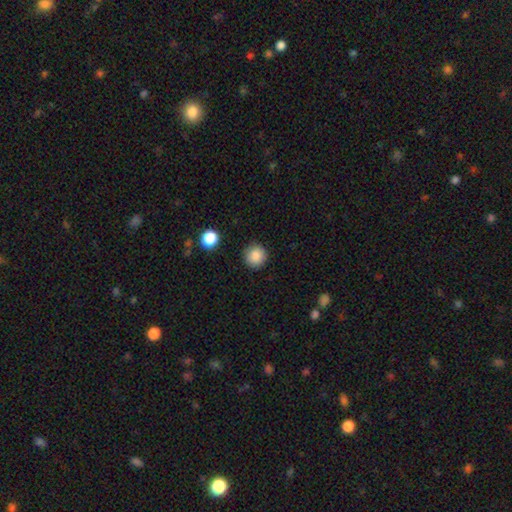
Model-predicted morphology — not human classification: smooth_or_featured: smooth (p=0.87) [alt: star or artifact p=0.09]
how_rounded: round (p=0.93) [alt: in between p=0.06]
merging: none (p=0.89) [alt: minor disturbance p=0.07]